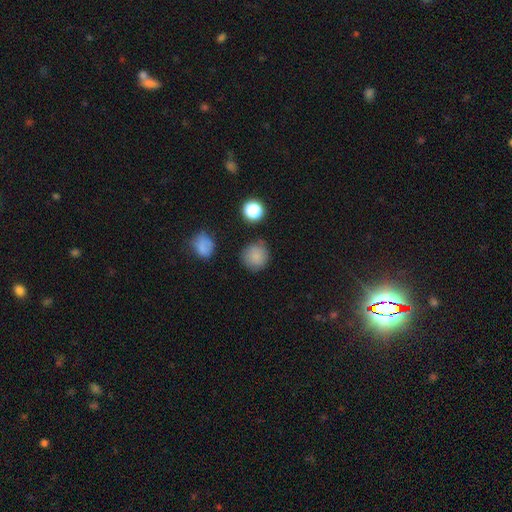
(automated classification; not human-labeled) Smooth or featured?
  - smooth: 83% *
  - star or artifact: 11%
  - featured or disk: 6%
How rounded?
  - round: 91% *
  - in between: 8%
  - cigar-shaped: 1%
Merging?
  - none: 79% *
  - minor disturbance: 14%
  - major disturbance: 4%
  - merger: 3%